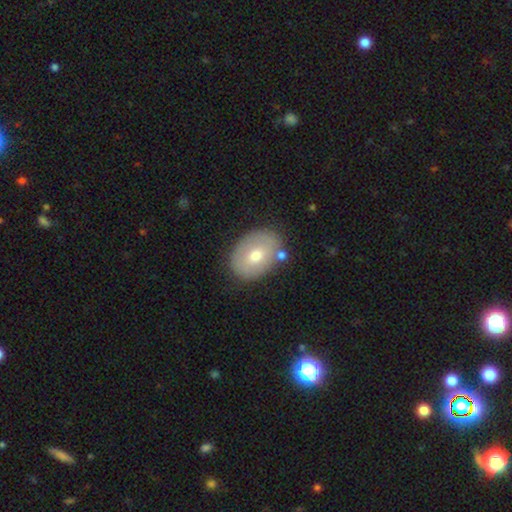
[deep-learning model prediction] The model was most divided on "smooth or featured": smooth: 62%, featured or disk: 30%, star or artifact: 7%. More confident: how rounded — in between (77%); merging — none (76%).